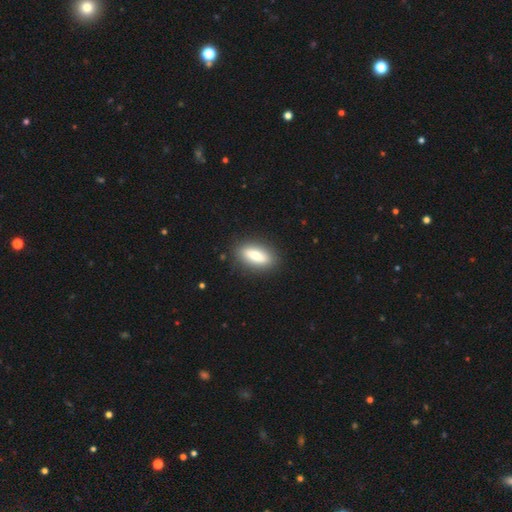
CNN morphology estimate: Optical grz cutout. It shows a smooth galaxy with no disk features (73%) that is in between round and cigar-shaped (75%). Merging: none (87%).